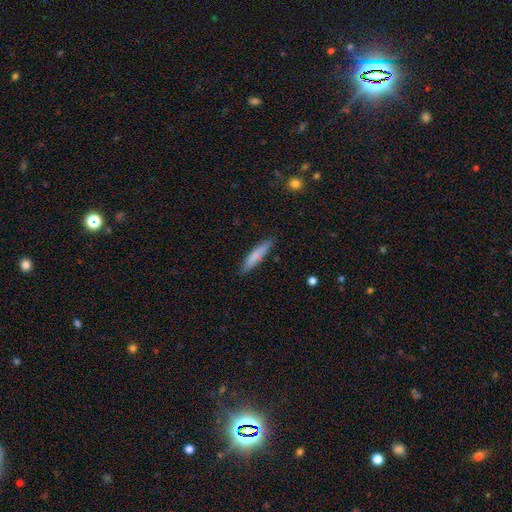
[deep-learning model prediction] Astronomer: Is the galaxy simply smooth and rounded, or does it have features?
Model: smooth — 74%.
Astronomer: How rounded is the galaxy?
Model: cigar-shaped — 86%.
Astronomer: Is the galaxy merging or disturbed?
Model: none — 83%.